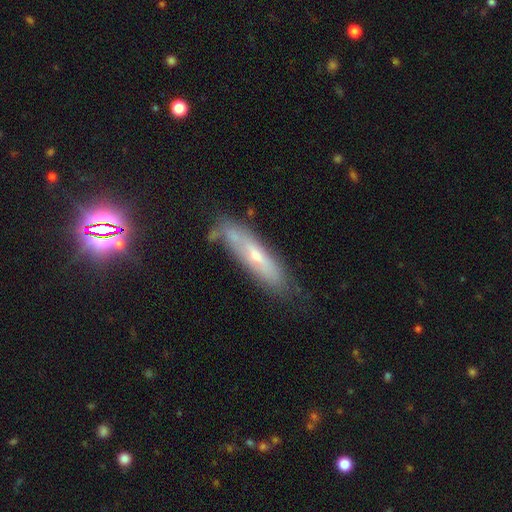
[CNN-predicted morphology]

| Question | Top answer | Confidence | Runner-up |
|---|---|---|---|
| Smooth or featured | featured or disk | 49% | smooth (41%) |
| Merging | none | 61% | minor disturbance (25%) |